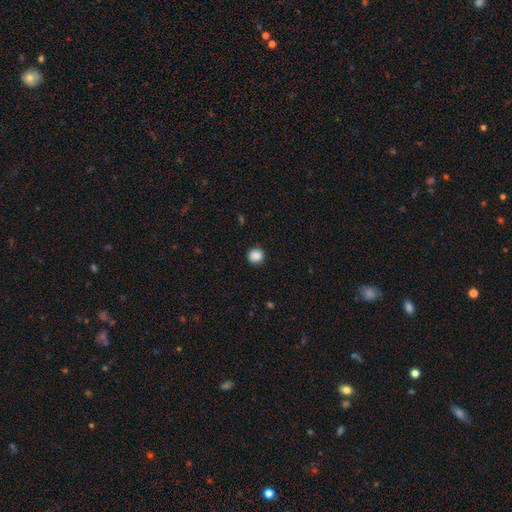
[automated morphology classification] A smooth galaxy with no disk features (87%) that is round (90%). Merging: none (88%).